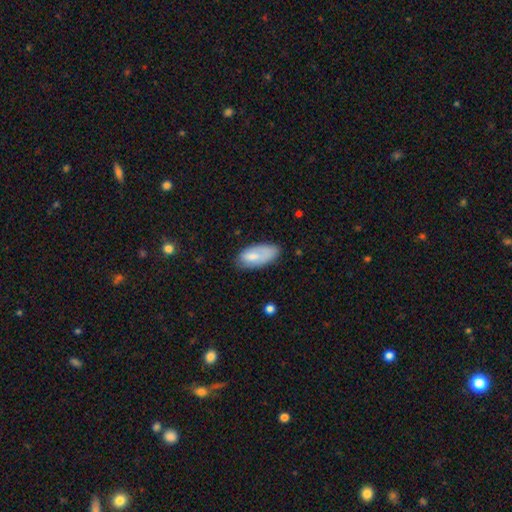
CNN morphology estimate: A smooth galaxy with no disk features (74%) that is in between round and cigar-shaped (89%).

Vote fractions:
- Smooth or featured? smooth: 74% / featured or disk: 20% / star or artifact: 6%
- How rounded? in between: 89% / cigar-shaped: 9% / round: 2%
- Merging? none: 62% / minor disturbance: 28% / major disturbance: 8% / merger: 2%